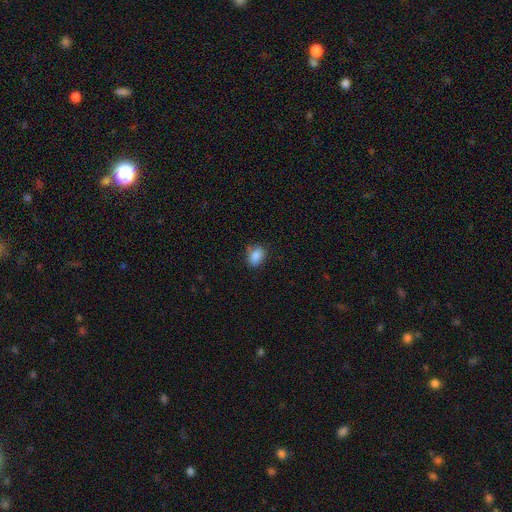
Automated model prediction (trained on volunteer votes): This is clearly a smooth galaxy (86%). How rounded: likely in between (74%). Merging: likely none (74%).